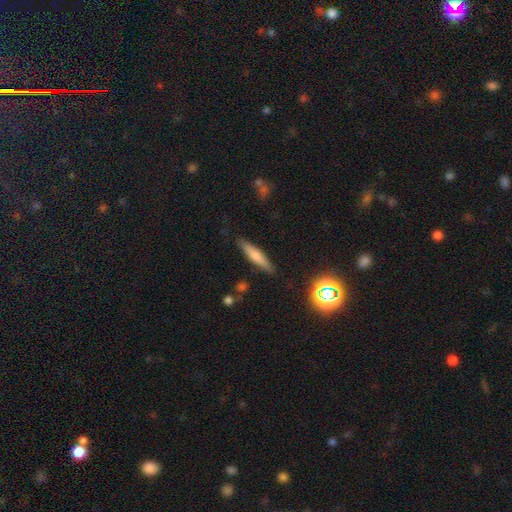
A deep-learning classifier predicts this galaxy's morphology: Smooth or featured?
  - smooth: 64% *
  - featured or disk: 29%
  - star or artifact: 7%
How rounded?
  - cigar-shaped: 86% *
  - in between: 12%
  - round: 2%
Merging?
  - none: 86% *
  - minor disturbance: 10%
  - major disturbance: 2%
  - merger: 2%